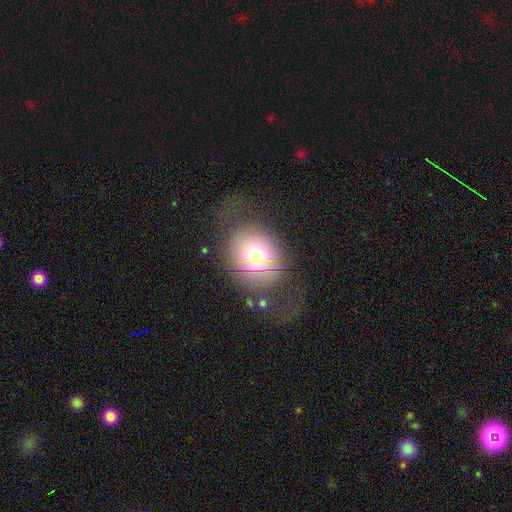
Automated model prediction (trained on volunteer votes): This is likely a smooth galaxy (64%). How rounded: likely round (66%). Merging: possibly none (55%).